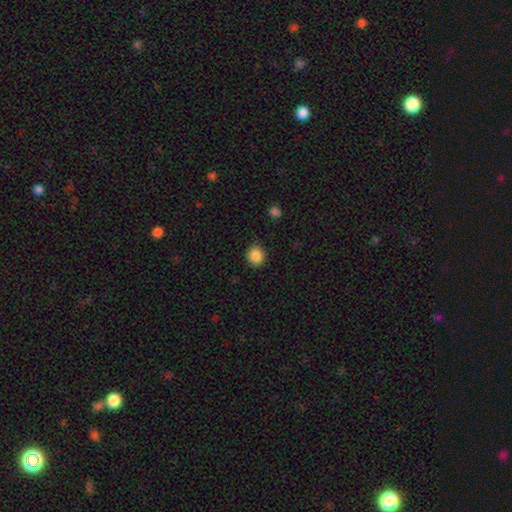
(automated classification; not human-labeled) Overall: smooth (87%). How rounded: round (80%). Merging: none (87%).